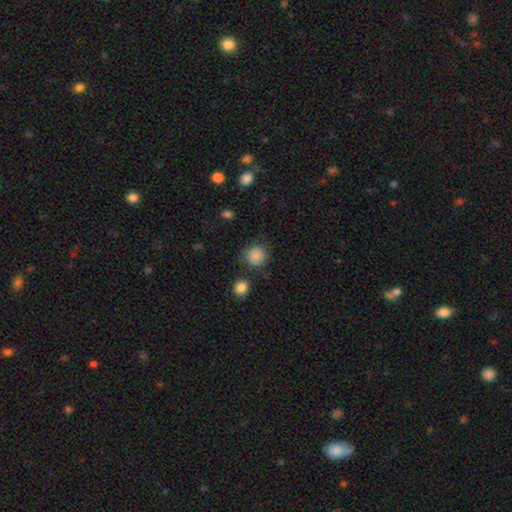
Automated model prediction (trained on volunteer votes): Q: Smooth or featured?
A: smooth (85%); runner-up: star or artifact (10%)
Q: How rounded?
A: round (88%); runner-up: in between (11%)
Q: Merging?
A: none (75%); runner-up: minor disturbance (15%)